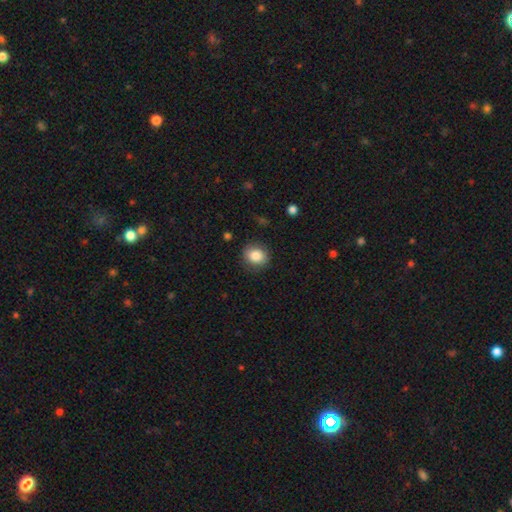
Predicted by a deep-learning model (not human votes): A smooth galaxy with no disk features (84%) that is round (74%).

Vote fractions:
- Smooth or featured? smooth: 84% / star or artifact: 9% / featured or disk: 7%
- How rounded? round: 74% / in between: 25% / cigar-shaped: 1%
- Merging? none: 85% / minor disturbance: 11% / major disturbance: 3% / merger: 1%